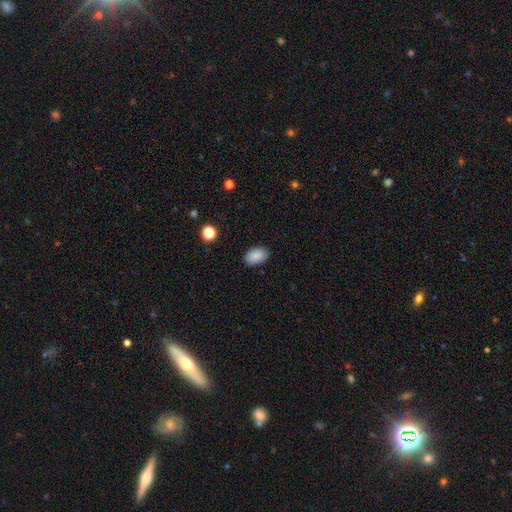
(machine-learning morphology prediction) Q: Smooth or featured?
A: smooth (88%); runner-up: star or artifact (8%)
Q: How rounded?
A: in between (90%); runner-up: round (9%)
Q: Merging?
A: none (87%); runner-up: minor disturbance (10%)